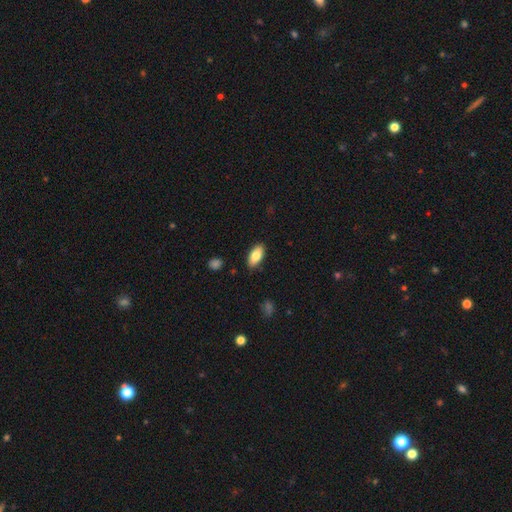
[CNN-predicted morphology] Overall: smooth (81%). How rounded: in between (91%). Merging: none (87%).